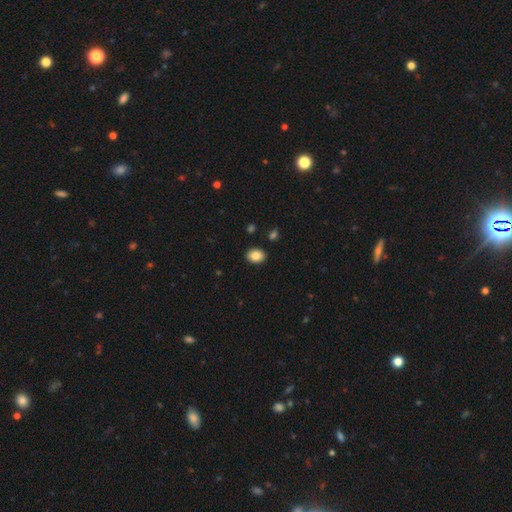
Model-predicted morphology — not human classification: The model was most divided on "how rounded": in between: 63%, round: 36%, cigar-shaped: 1%. More confident: merging — none (89%); smooth or featured — smooth (85%).